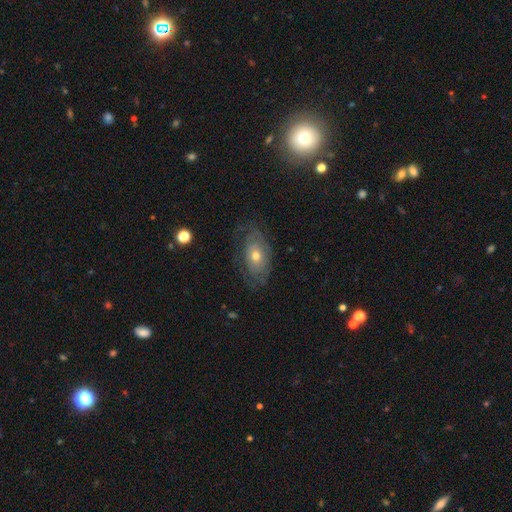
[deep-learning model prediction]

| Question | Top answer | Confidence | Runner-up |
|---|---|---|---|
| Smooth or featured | featured or disk | 59% | smooth (30%) |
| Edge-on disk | no | 90% | yes (10%) |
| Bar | no | 86% | weak (11%) |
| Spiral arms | yes | 63% | no (37%) |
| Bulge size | moderate | 58% | small (37%) |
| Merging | none | 70% | minor disturbance (19%) |